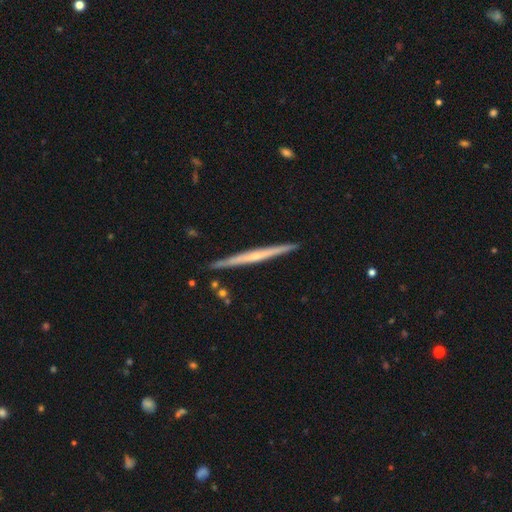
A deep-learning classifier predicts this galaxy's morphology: Smooth or featured? featured or disk (69%)
Edge-on disk? yes (98%)
Edge-on bulge? none (58%)
Merging? none (91%)